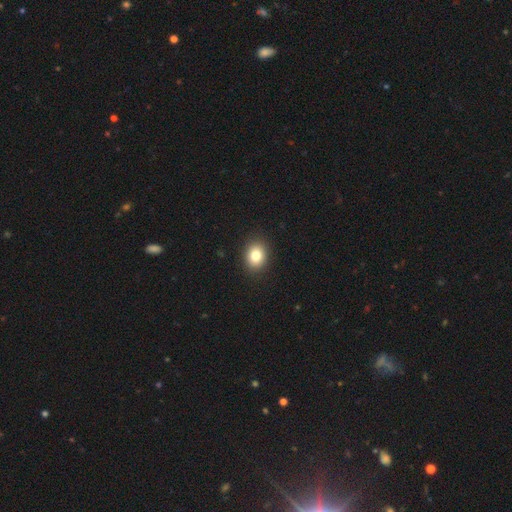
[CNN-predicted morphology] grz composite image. It shows a smooth galaxy with no disk features (82%) that is in between round and cigar-shaped (53%). Merging: none (90%).